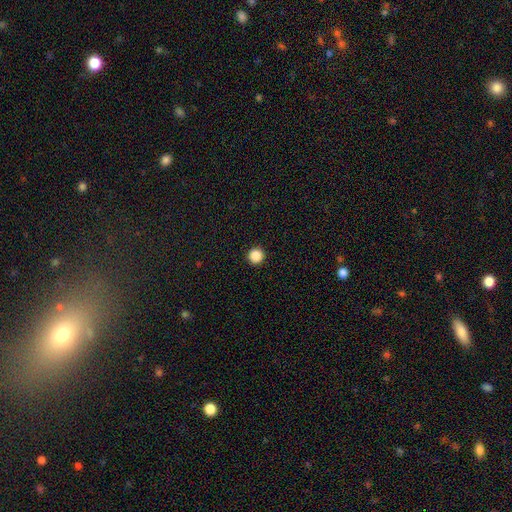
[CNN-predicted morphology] This appears to be a smooth galaxy with no disk features (87%) that is round (96%). Merging: none (94%).